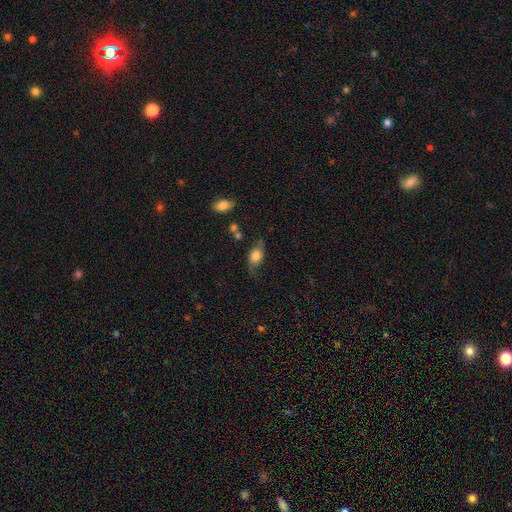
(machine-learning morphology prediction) This is likely a smooth galaxy (61%). How rounded: likely in between (76%). Merging: possibly none (55%).